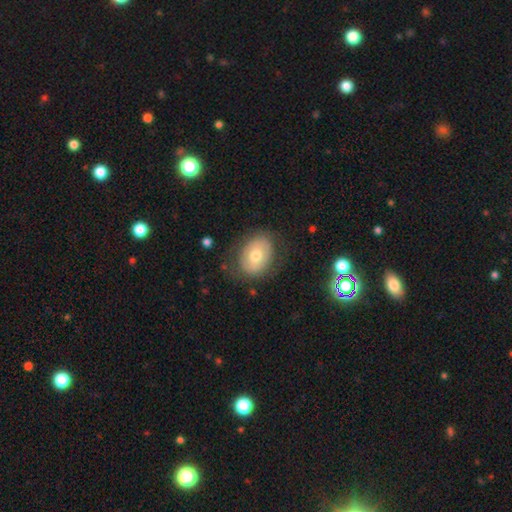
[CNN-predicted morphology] type=smooth (61%); roundness=in between (65%); merging=none (78%).